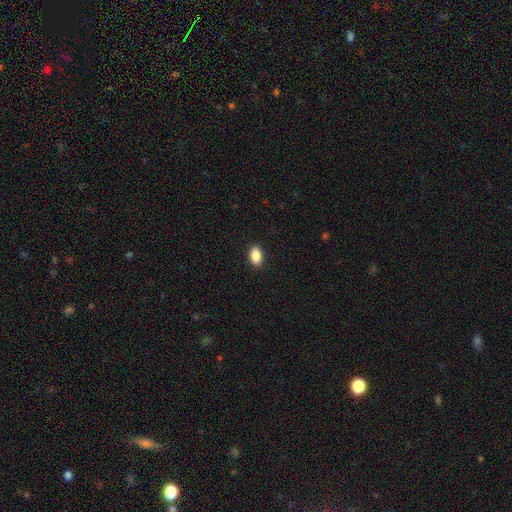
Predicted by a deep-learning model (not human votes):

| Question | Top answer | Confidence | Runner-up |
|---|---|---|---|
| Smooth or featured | smooth | 88% | star or artifact (8%) |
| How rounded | in between | 91% | round (7%) |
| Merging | none | 90% | minor disturbance (7%) |